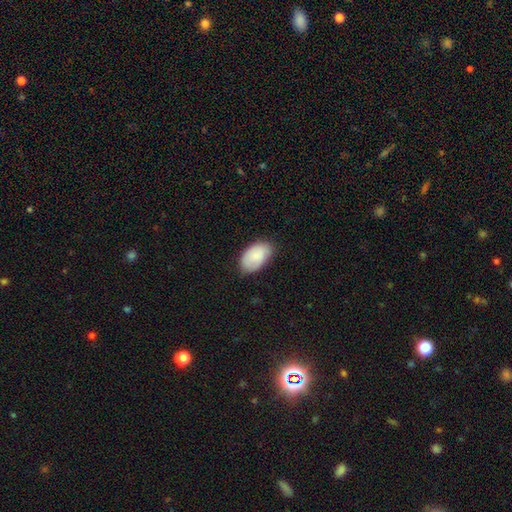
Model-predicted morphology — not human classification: Smooth or featured? Predicted: smooth (p=0.82). How rounded? Predicted: in between (p=0.93). Merging? Predicted: none (p=0.75).